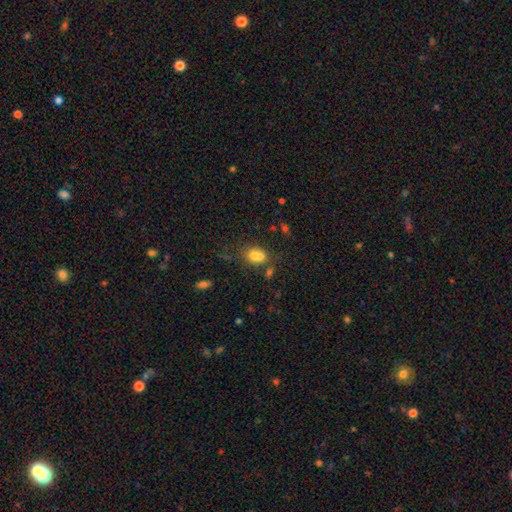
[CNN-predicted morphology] Smooth or featured: smooth — 74% (star or artifact — 14%)
How rounded: in between — 59% (round — 39%)
Merging: merger — 41% (none — 38%)